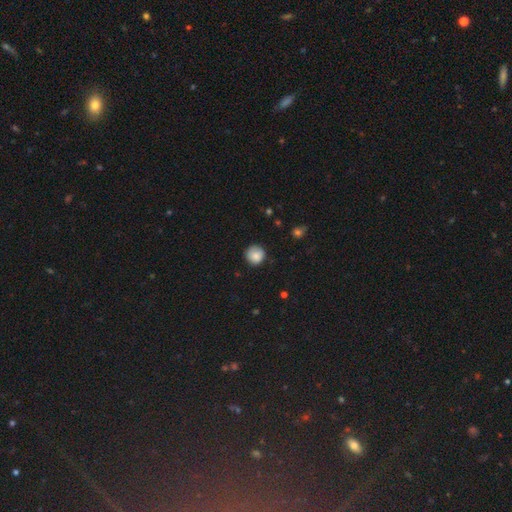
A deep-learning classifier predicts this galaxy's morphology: smooth 85%, star or artifact 9%, featured or disk 7%. Down the decision tree: how rounded — round (92%); merging — none (78%).